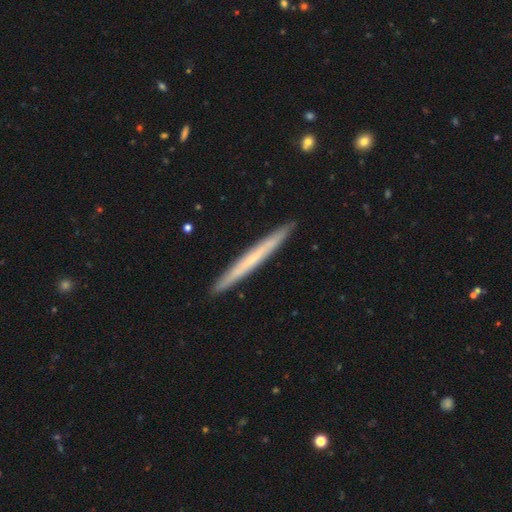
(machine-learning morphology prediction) smooth_or_featured: featured or disk (p=0.48) [alt: smooth p=0.46]
merging: none (p=0.92) [alt: minor disturbance p=0.06]